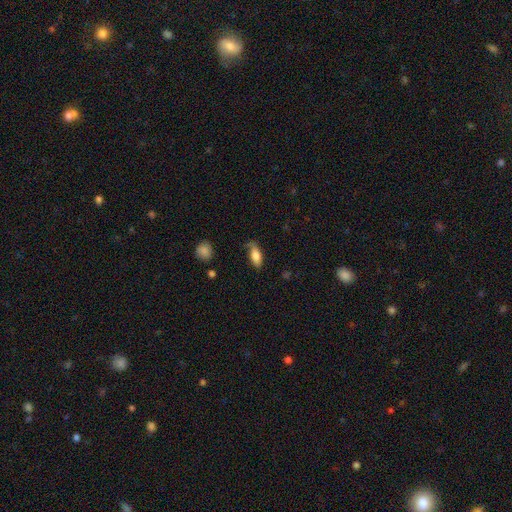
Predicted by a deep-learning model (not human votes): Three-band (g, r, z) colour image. It shows a smooth galaxy with no disk features (77%) that is in between round and cigar-shaped (80%). Merging: none (58%).